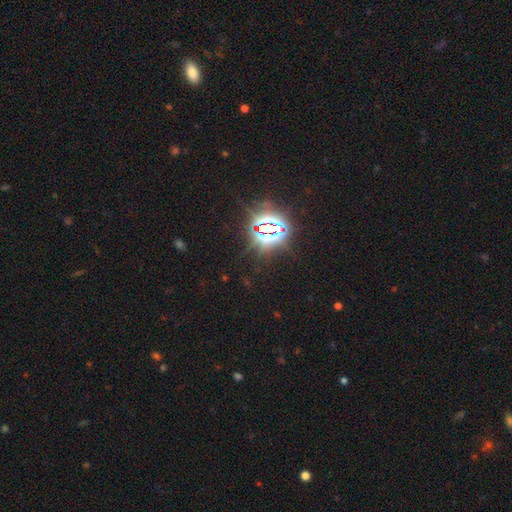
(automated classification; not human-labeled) The model was most divided on "smooth or featured": star or artifact: 83%, smooth: 10%, featured or disk: 6%.